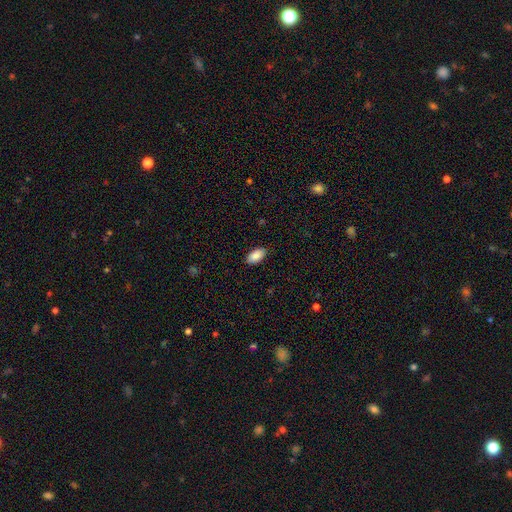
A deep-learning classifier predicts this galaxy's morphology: smooth 88%, star or artifact 7%, featured or disk 5%. Down the decision tree: how rounded — in between (95%); merging — none (87%).